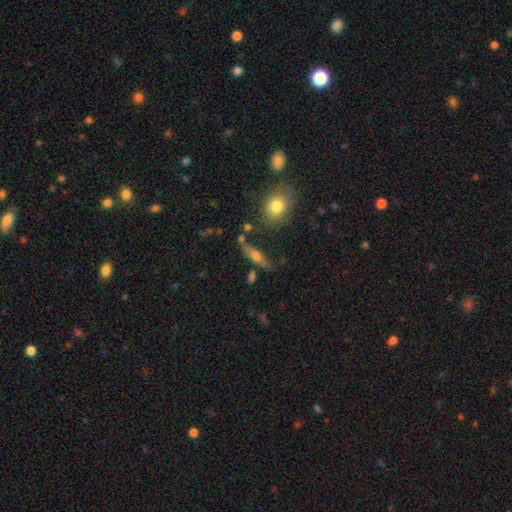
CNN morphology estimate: Q: Smooth or featured?
A: smooth (49%); runner-up: featured or disk (42%)
Q: Merging?
A: none (69%); runner-up: minor disturbance (17%)